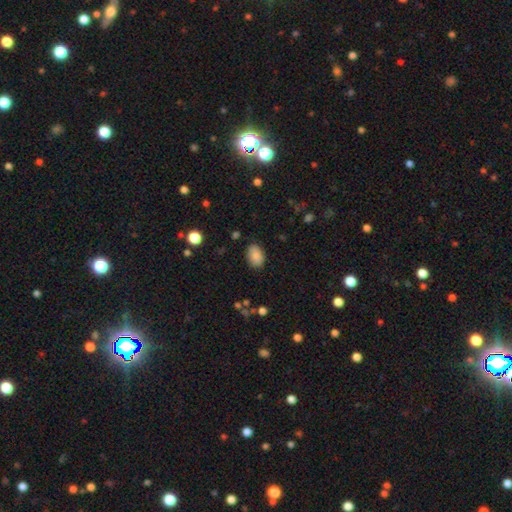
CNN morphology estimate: Smooth or featured? smooth (86%)
How rounded? in between (83%)
Merging? none (82%)